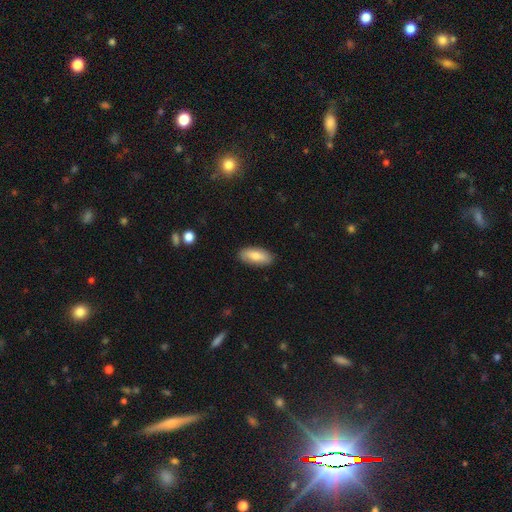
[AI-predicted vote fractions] Morphology: type=smooth (78%); roundness=in between (85%); merging=none (86%).